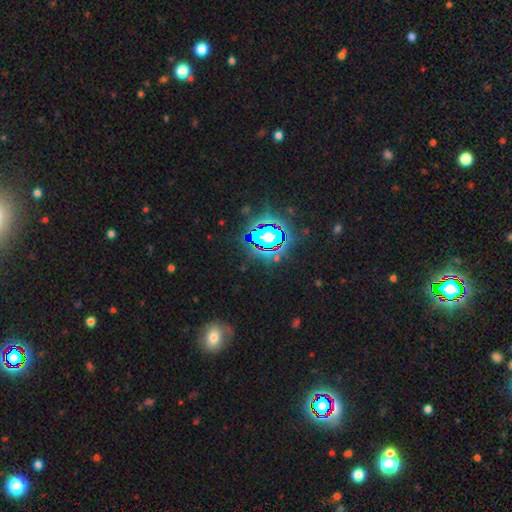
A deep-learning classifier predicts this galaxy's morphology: This is clearly a star or artifact rather than a galaxy (81%).